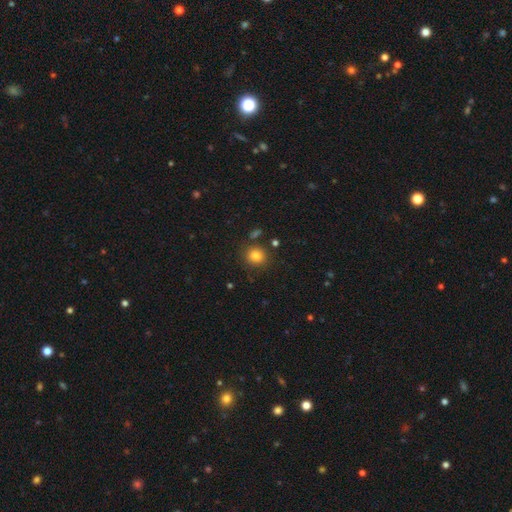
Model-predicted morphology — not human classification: smooth_or_featured: smooth (p=0.81) [alt: star or artifact p=0.13]
how_rounded: round (p=0.87) [alt: in between p=0.12]
merging: none (p=0.83) [alt: minor disturbance p=0.09]